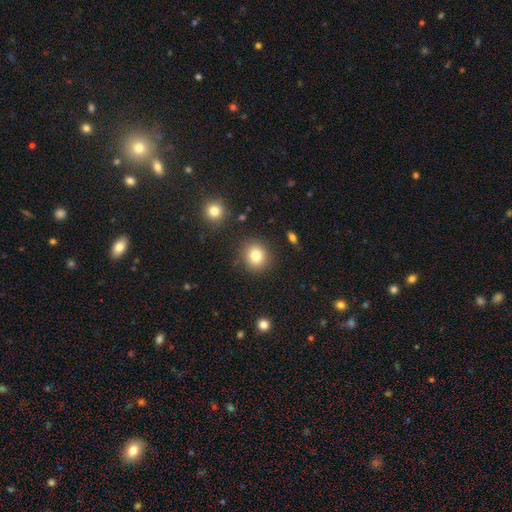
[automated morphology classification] Overall: smooth (81%). How rounded: round (85%). Merging: none (87%).